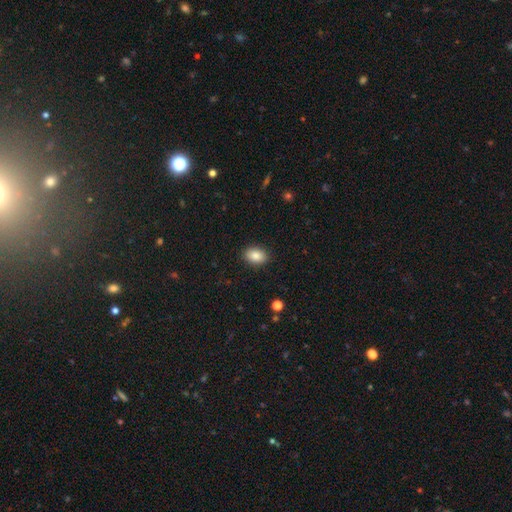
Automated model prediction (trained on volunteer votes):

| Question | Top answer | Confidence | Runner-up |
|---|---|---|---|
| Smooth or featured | smooth | 86% | star or artifact (8%) |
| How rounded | in between | 80% | round (19%) |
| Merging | none | 89% | minor disturbance (7%) |